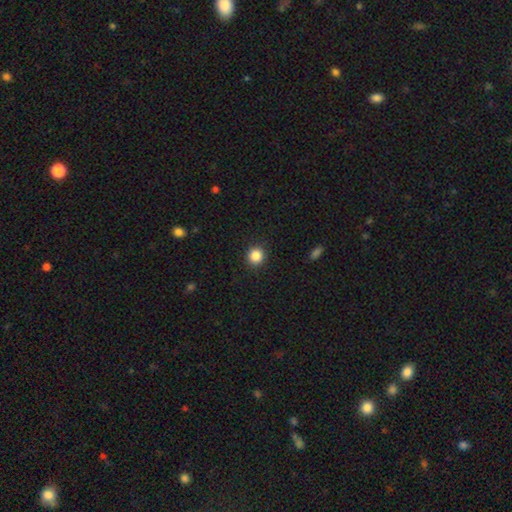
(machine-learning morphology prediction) Smooth or featured? smooth (86%)
How rounded? round (93%)
Merging? none (92%)